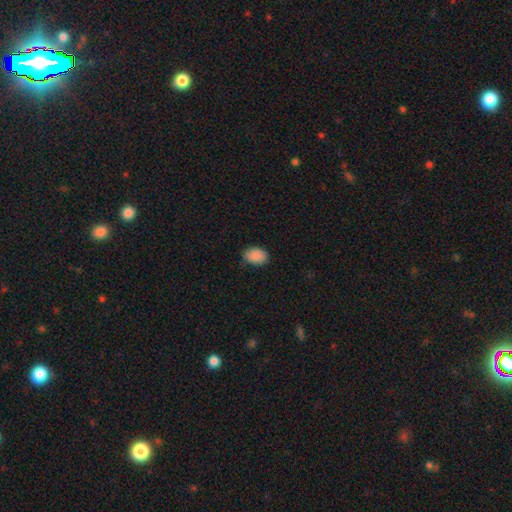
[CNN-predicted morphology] Q: Smooth or featured?
A: smooth (89%); runner-up: star or artifact (8%)
Q: How rounded?
A: in between (82%); runner-up: round (17%)
Q: Merging?
A: none (80%); runner-up: minor disturbance (16%)